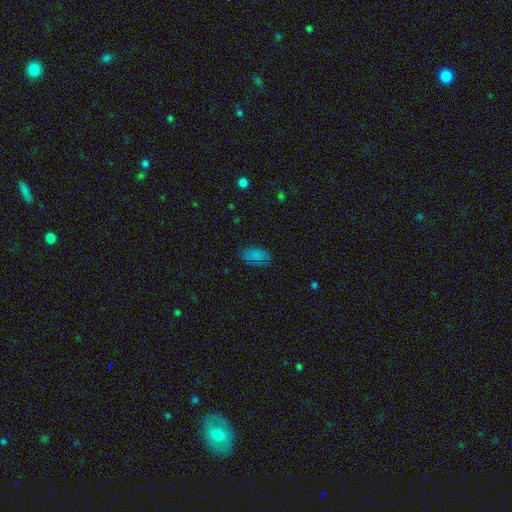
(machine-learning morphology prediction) Overall: smooth (81%). How rounded: in between (94%). Merging: none (78%).